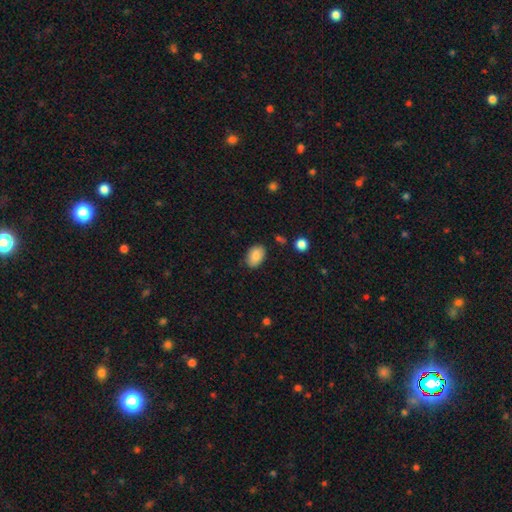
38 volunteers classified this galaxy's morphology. This appears to be a smooth galaxy with no disk features (92%) that is in between round and cigar-shaped (77%). Merging: none (92%).